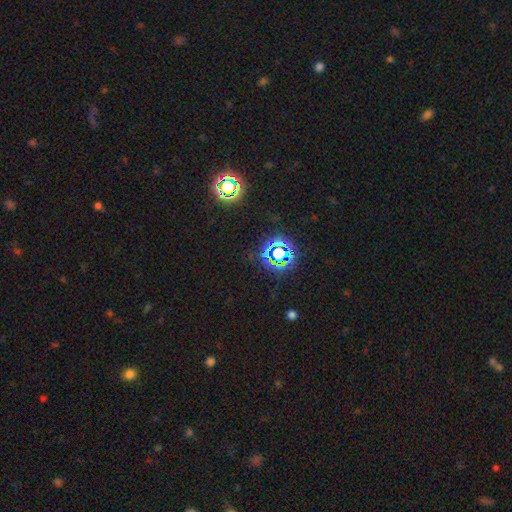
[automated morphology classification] This is likely a star or artifact rather than a galaxy (77%).